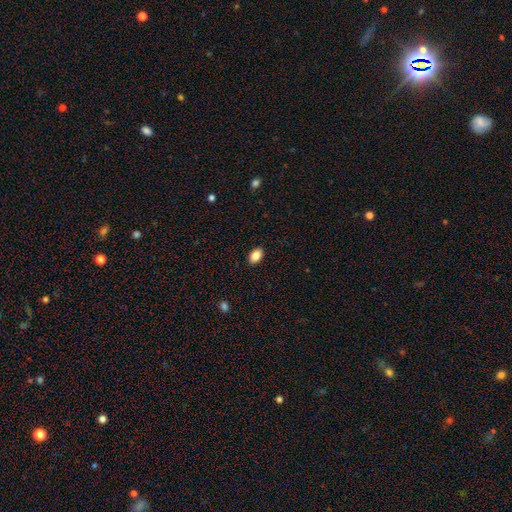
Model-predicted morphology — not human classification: This appears to be a smooth galaxy with no disk features (86%) that is in between round and cigar-shaped (88%). Merging: none (90%).